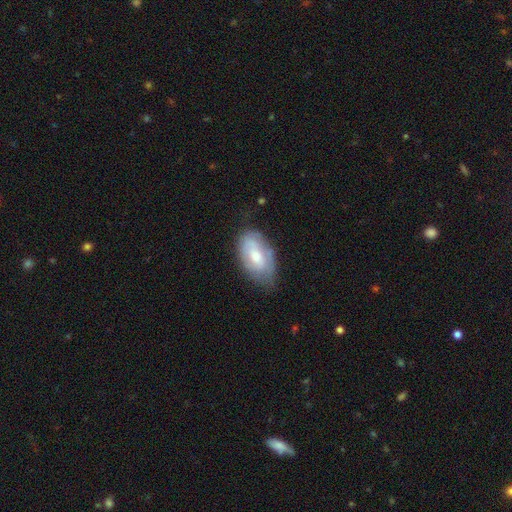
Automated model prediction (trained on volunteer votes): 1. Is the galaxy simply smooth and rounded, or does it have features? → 55% smooth, 38% featured or disk, 6% star or artifact.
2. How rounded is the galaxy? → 93% in between, 5% round, 2% cigar-shaped.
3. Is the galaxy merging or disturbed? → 59% none, 31% minor disturbance, 9% major disturbance, 2% merger.